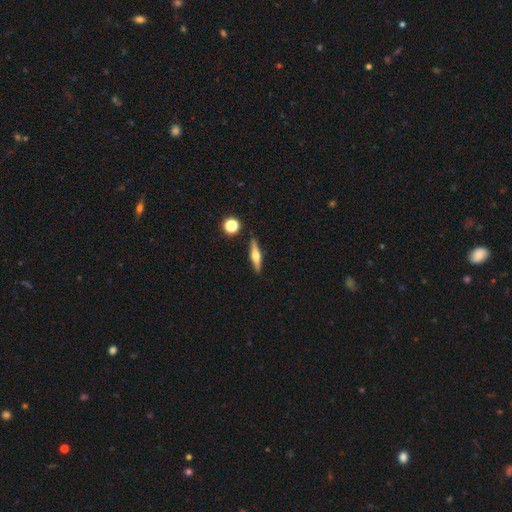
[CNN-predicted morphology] smooth_or_featured: featured or disk (p=0.57) [alt: smooth p=0.36]
disk_edge_on: yes (p=0.95) [alt: no p=0.05]
edge_on_bulge: rounded (p=0.92) [alt: boxy p=0.05]
merging: none (p=0.88) [alt: minor disturbance p=0.07]